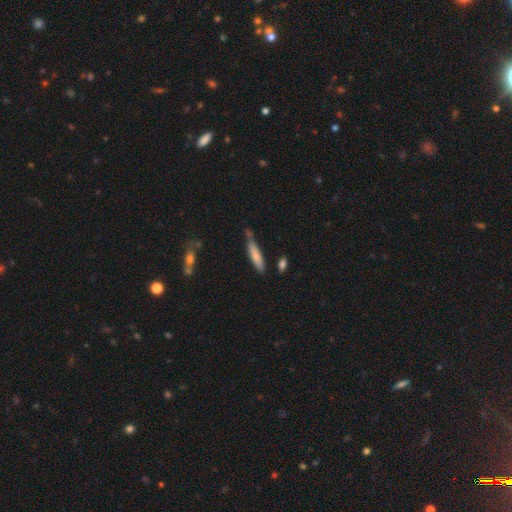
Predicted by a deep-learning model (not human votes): This is likely a smooth galaxy (78%). How rounded: likely cigar-shaped (79%). Merging: possibly none (58%).